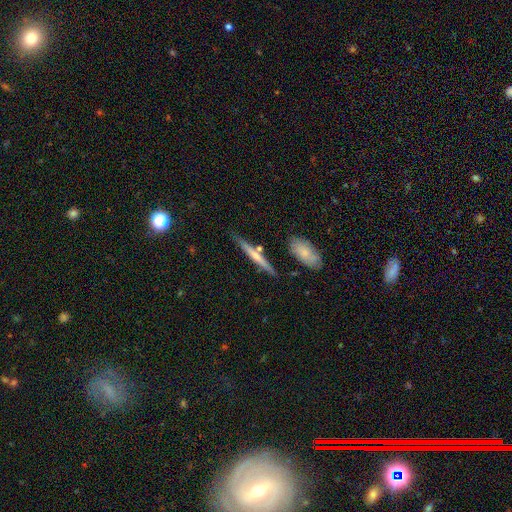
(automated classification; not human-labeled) smooth-or-featured: featured or disk: 47% (tied) | smooth: 47% (tied) | star or artifact: 6%
  merging: none: 78% | minor disturbance: 12% | merger: 7% | major disturbance: 3%